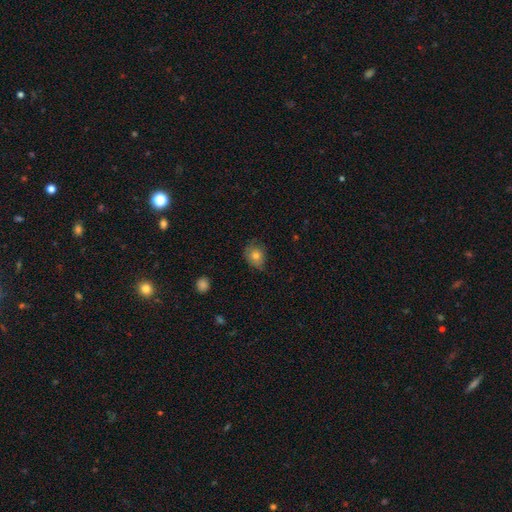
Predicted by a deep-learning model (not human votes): Q: Smooth or featured?
A: smooth (78%); runner-up: featured or disk (13%)
Q: How rounded?
A: round (67%); runner-up: in between (32%)
Q: Merging?
A: none (65%); runner-up: minor disturbance (28%)